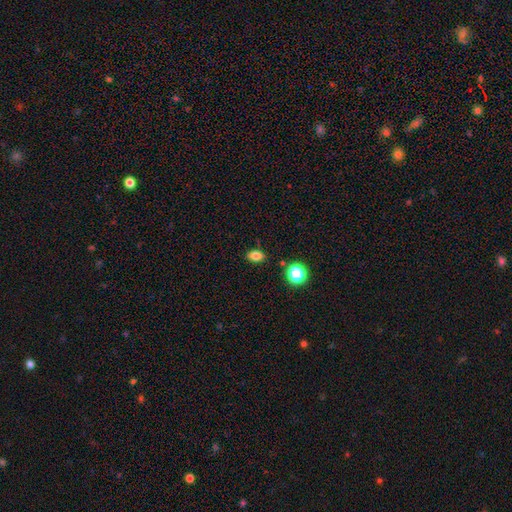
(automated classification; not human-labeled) A smooth galaxy with no disk features (81%) that is in between round and cigar-shaped (79%).

Vote fractions:
- Smooth or featured? smooth: 81% / star or artifact: 13% / featured or disk: 7%
- How rounded? in between: 79% / round: 18% / cigar-shaped: 2%
- Merging? none: 85% / minor disturbance: 10% / merger: 2% / major disturbance: 2%